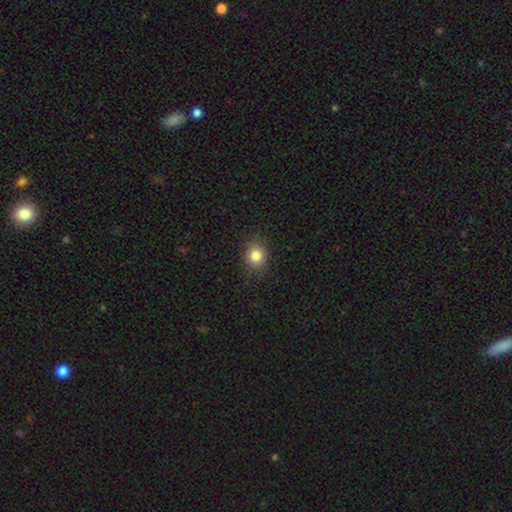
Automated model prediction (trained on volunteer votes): The model was most divided on "how rounded": round: 69%, in between: 30%, cigar-shaped: 1%. More confident: merging — none (86%); smooth or featured — smooth (82%).